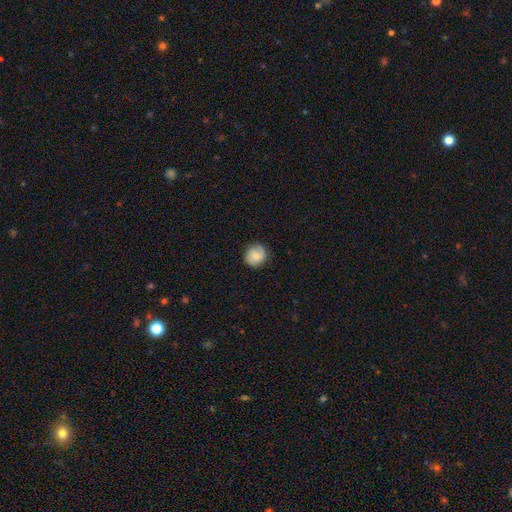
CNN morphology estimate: smooth_or_featured: smooth (p=0.59) [alt: featured or disk p=0.33]
how_rounded: round (p=0.83) [alt: in between p=0.16]
merging: none (p=0.81) [alt: minor disturbance p=0.14]